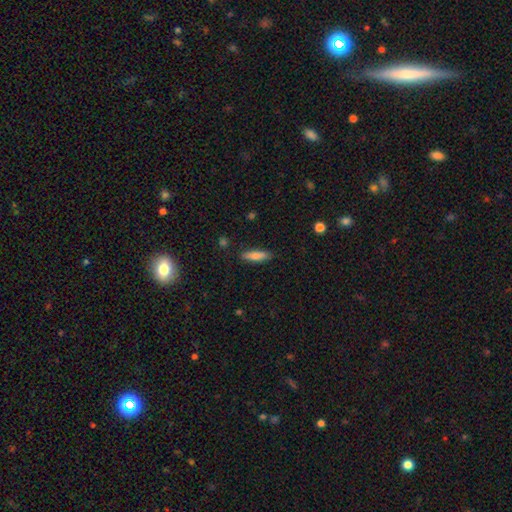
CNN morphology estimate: Smooth or featured?
  - smooth: 75% *
  - featured or disk: 18%
  - star or artifact: 7%
How rounded?
  - cigar-shaped: 63% *
  - in between: 35%
  - round: 2%
Merging?
  - none: 87% *
  - minor disturbance: 10%
  - major disturbance: 2%
  - merger: 1%